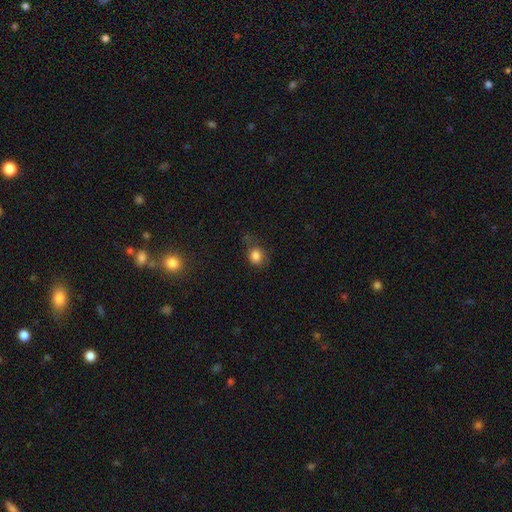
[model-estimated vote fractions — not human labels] Overall: smooth (82%). How rounded: round (63%; in between 35%). Merging: none (58%; minor disturbance 27%).